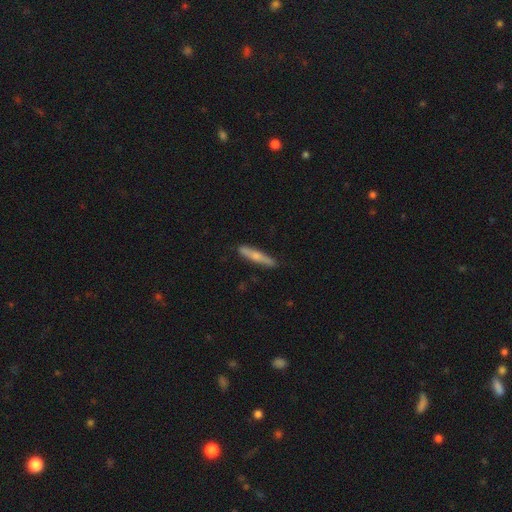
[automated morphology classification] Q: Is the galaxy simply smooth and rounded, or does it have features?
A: smooth — 54%.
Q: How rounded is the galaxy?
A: cigar-shaped — 91%.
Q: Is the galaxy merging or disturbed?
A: none — 86%.